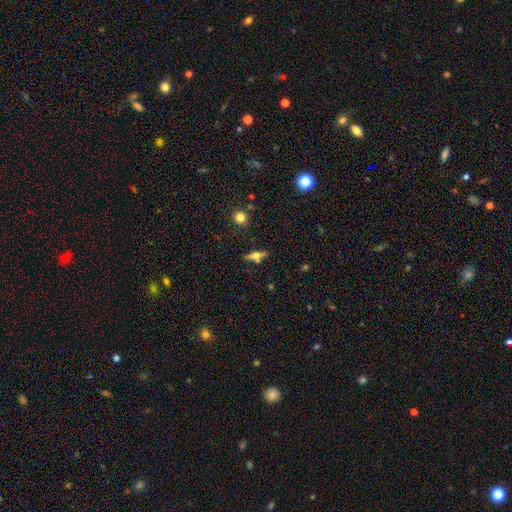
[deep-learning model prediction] featured or disk 53%, smooth 36%, star or artifact 11%. Down the decision tree: edge-on disk — yes (91%); merging — none (76%).